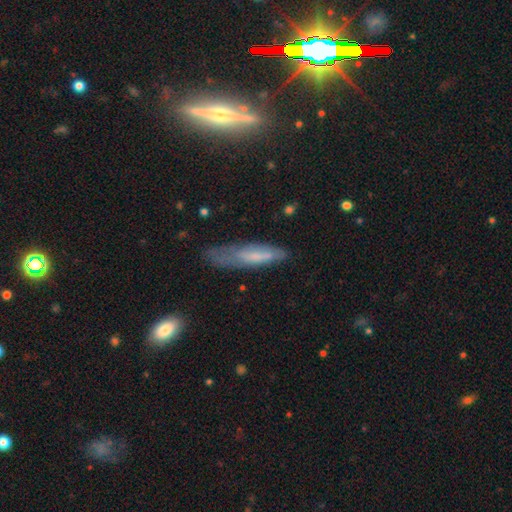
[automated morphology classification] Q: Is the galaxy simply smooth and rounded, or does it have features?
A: smooth — 55%.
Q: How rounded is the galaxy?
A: cigar-shaped — 75%.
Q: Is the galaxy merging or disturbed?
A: none — 50%.